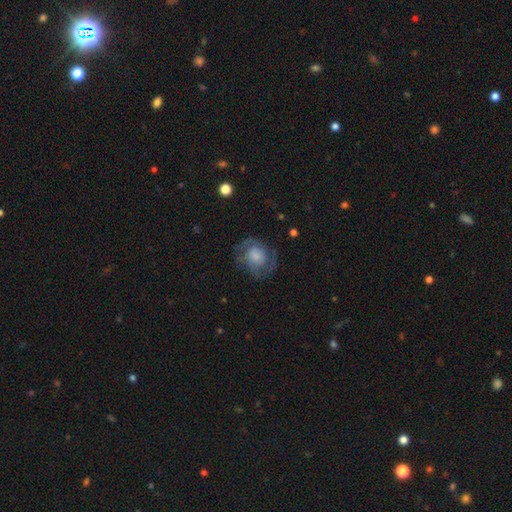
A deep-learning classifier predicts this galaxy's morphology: This is likely a featured or disk galaxy (62%). It is clearly not viewed edge-on (98%). Bar: likely no (77%). Spiral arm pattern: clearly yes (80%). Central bulge: marginally large (34%). Merging: likely none (65%).